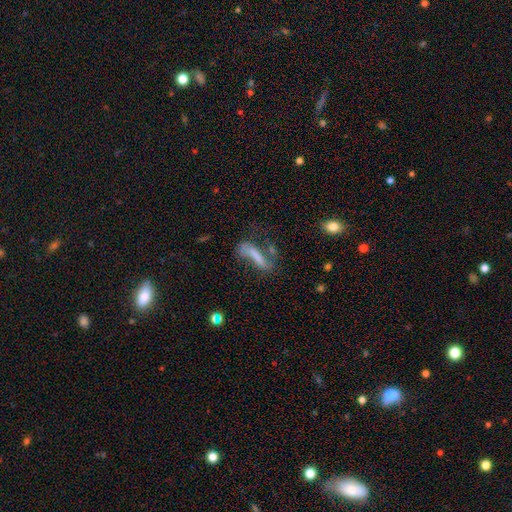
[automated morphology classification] A smooth galaxy with no disk features (56%) that is cigar-shaped (73%). Merging: none (38%).